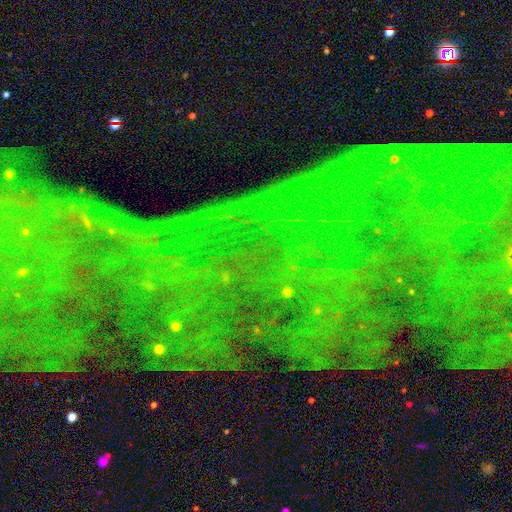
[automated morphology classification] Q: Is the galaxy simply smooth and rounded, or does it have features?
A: star or artifact — 84%.